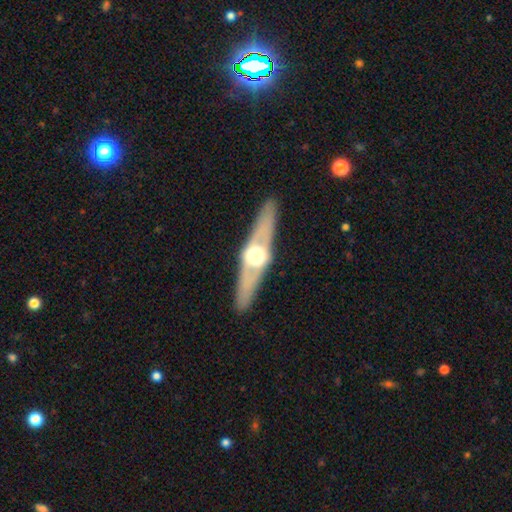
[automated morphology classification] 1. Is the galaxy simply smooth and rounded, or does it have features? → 72% featured or disk, 23% smooth, 5% star or artifact.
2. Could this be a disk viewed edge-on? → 88% yes, 12% no.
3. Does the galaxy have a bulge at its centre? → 95% rounded, 3% boxy, 2% none.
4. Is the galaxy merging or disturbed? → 89% none, 8% minor disturbance, 2% major disturbance, 1% merger.